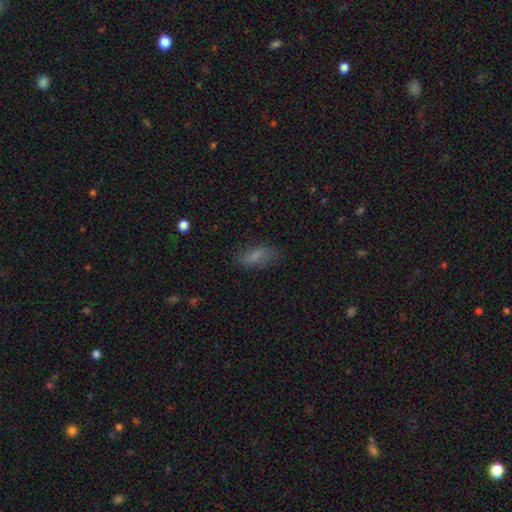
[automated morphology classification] Smooth or featured? Predicted: smooth (p=0.71). How rounded? Predicted: in between (p=0.74). Merging? Predicted: none (p=0.70).